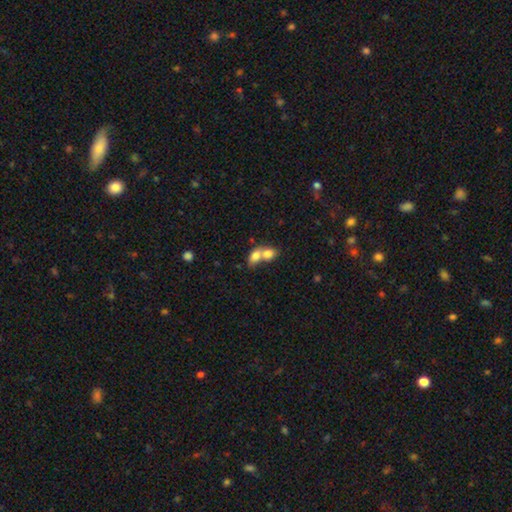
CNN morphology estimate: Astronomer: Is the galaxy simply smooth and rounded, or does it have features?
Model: smooth — 76%.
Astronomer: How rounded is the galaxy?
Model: in between — 72%.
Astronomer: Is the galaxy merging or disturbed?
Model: merger — 74%.